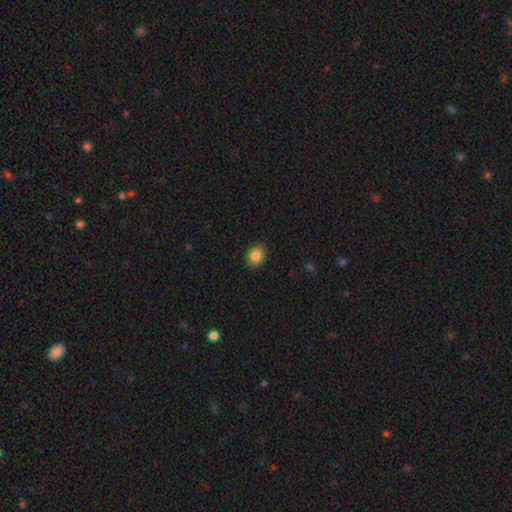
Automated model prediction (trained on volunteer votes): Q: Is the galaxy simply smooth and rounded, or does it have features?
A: smooth — 85%.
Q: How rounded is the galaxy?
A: round — 65%.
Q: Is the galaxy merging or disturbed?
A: none — 89%.